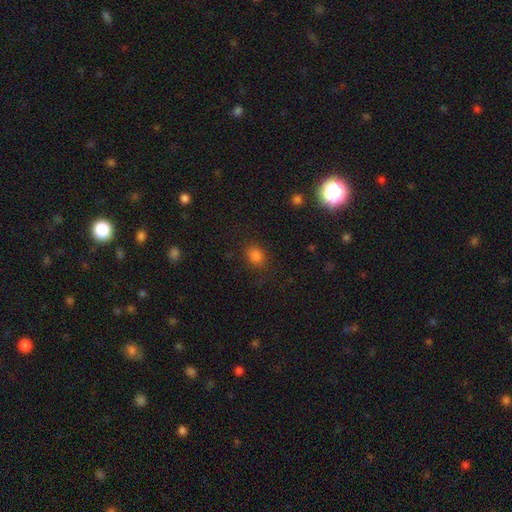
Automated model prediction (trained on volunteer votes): A smooth galaxy with no disk features (82%) that is round (55%).

Vote fractions:
- Smooth or featured? smooth: 82% / star or artifact: 13% / featured or disk: 5%
- How rounded? round: 55% / in between: 44% / cigar-shaped: 1%
- Merging? none: 82% / minor disturbance: 12% / major disturbance: 4% / merger: 2%